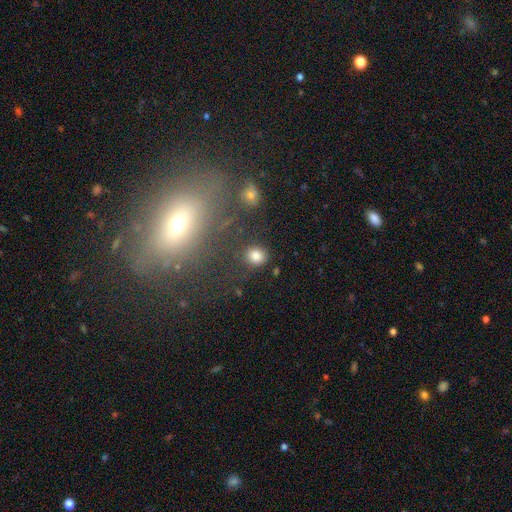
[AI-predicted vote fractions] Morphology: type=smooth (81%); roundness=round (74%); merging=none (80%).